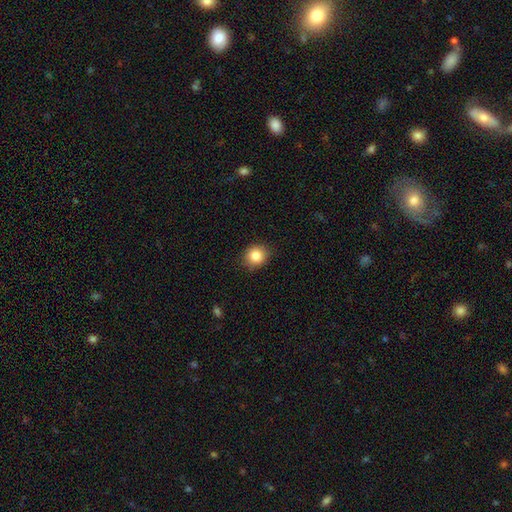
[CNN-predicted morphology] A smooth galaxy with no disk features (85%) that is round (79%).

Vote fractions:
- Smooth or featured? smooth: 85% / star or artifact: 10% / featured or disk: 6%
- How rounded? round: 79% / in between: 20% / cigar-shaped: 1%
- Merging? none: 86% / minor disturbance: 10% / major disturbance: 2% / merger: 1%